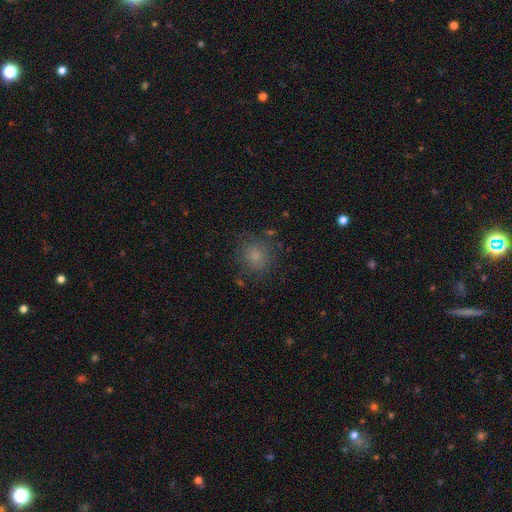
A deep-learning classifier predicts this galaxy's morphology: smooth 75%, star or artifact 14%, featured or disk 11%. Down the decision tree: how rounded — round (88%); merging — none (78%).